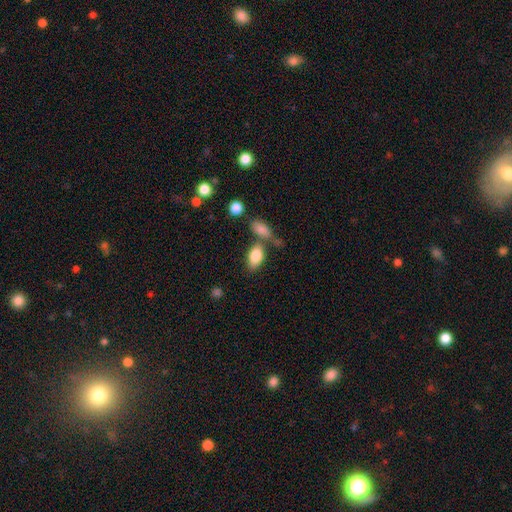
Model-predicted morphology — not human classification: This appears to be a smooth galaxy with no disk features (82%) that is in between round and cigar-shaped (91%). Merging: none (56%).